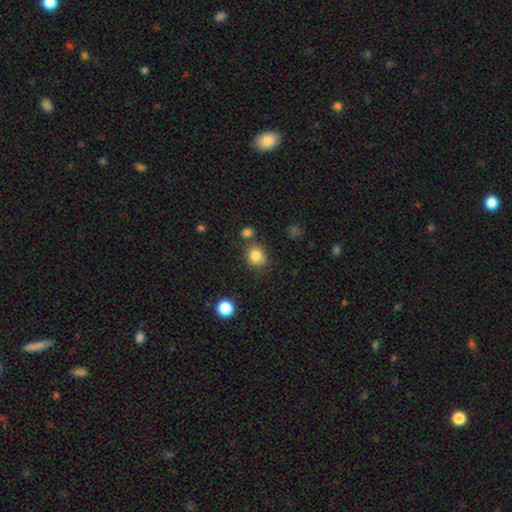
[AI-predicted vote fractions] Overall: smooth (84%). How rounded: round (74%). Merging: none (69%).